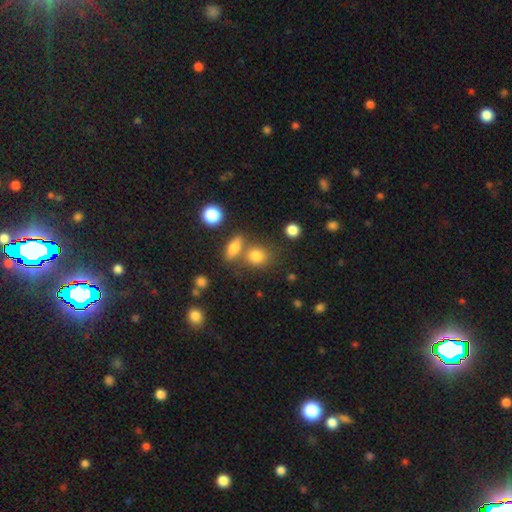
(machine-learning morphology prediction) This is likely a smooth galaxy (78%). How rounded: likely round (67%). Merging: likely none (60%).